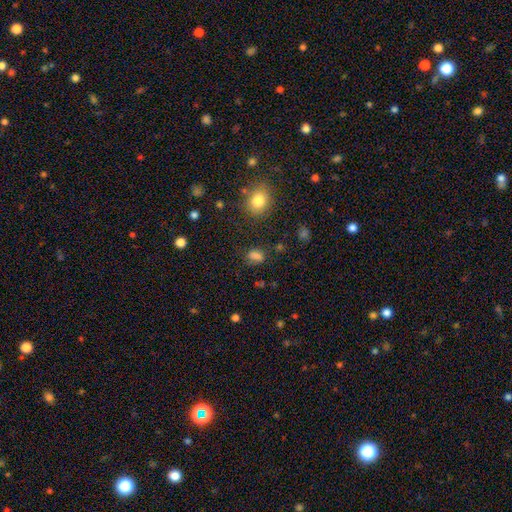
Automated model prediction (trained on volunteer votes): This is likely a smooth galaxy (79%). How rounded: likely in between (75%). Merging: likely none (72%).